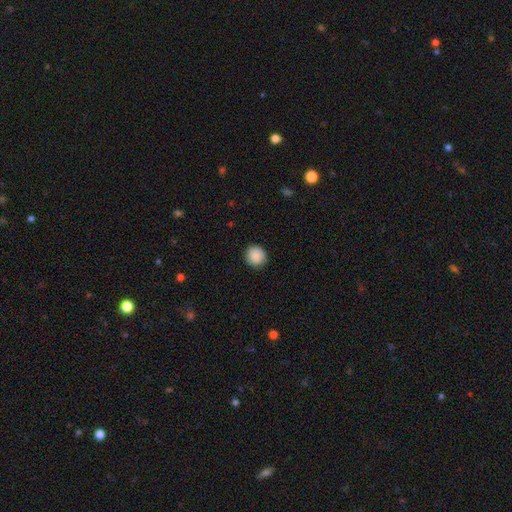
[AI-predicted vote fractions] A smooth galaxy with no disk features (89%) that is round (92%). Merging: none (90%).